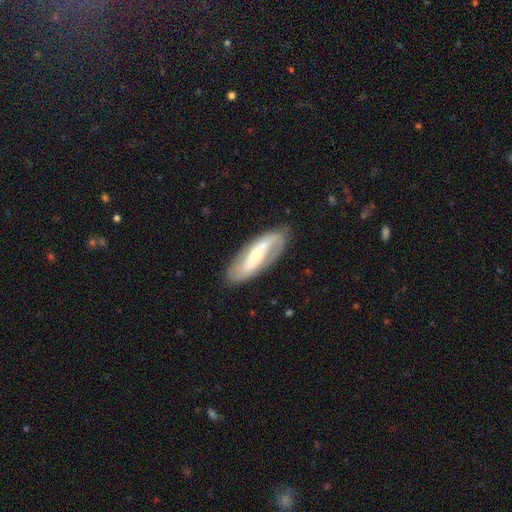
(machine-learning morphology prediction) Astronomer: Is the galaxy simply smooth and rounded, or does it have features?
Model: featured or disk — 78%.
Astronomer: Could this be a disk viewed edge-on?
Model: no — 88%.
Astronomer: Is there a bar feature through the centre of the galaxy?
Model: strong — 49% (runner-up: weak, 29%).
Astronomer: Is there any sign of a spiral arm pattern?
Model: yes — 87%.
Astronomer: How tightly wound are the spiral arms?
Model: medium — 40% (runner-up: loose, 31%).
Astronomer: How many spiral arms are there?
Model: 2 — 83%.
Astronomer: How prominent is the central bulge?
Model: small — 46% (runner-up: moderate, 45%).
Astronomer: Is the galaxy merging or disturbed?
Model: none — 81%.